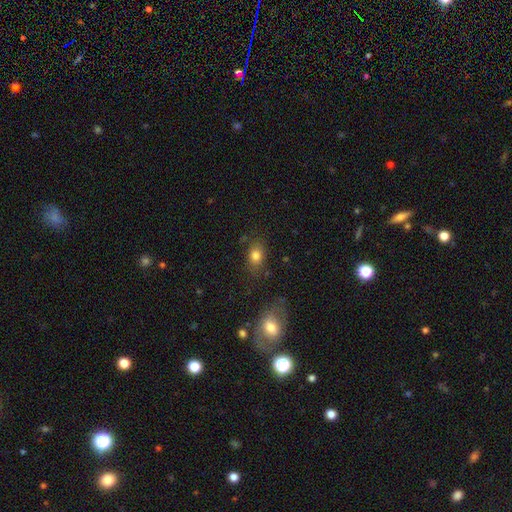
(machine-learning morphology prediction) smooth 79%, star or artifact 11%, featured or disk 10%. Down the decision tree: how rounded — in between (68%); merging — none (75%).